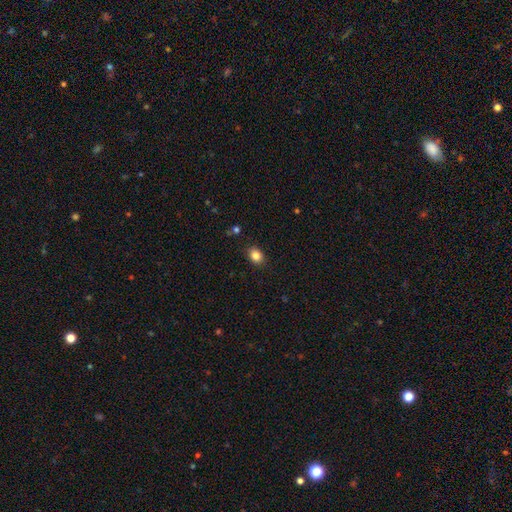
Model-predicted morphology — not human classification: type=smooth (85%); roundness=in between (57%); merging=none (87%).